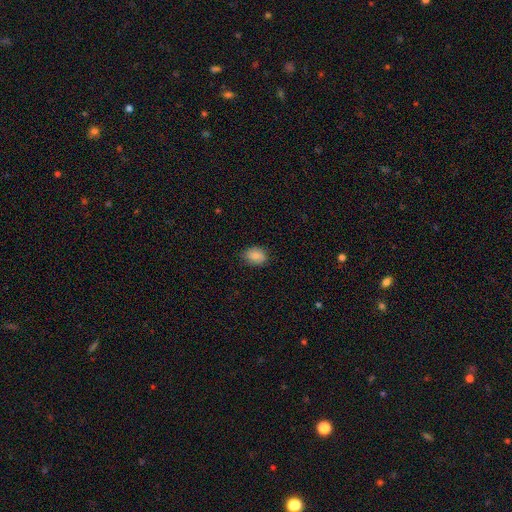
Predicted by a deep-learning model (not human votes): Smooth or featured: smooth — 87% (star or artifact — 8%)
How rounded: in between — 74% (round — 25%)
Merging: none — 77% (minor disturbance — 18%)